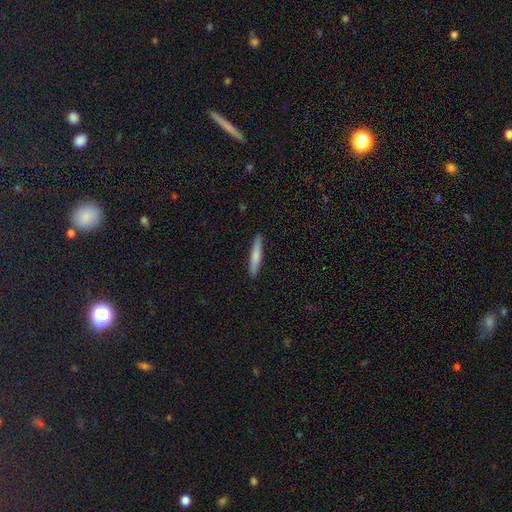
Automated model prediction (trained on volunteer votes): Smooth or featured? Predicted: smooth (p=0.72). How rounded? Predicted: cigar-shaped (p=0.94). Merging? Predicted: none (p=0.91).